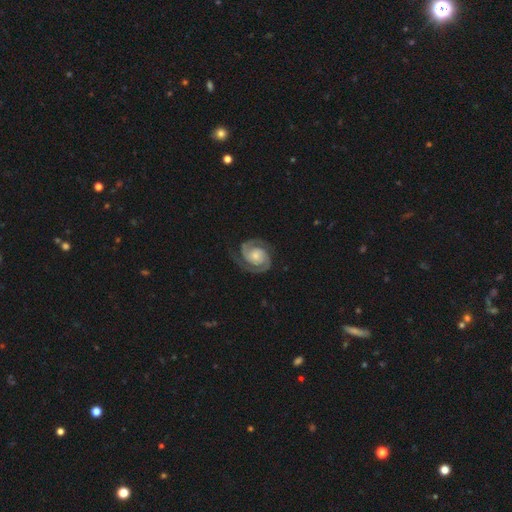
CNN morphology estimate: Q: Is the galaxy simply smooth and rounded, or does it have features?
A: featured or disk — 92%.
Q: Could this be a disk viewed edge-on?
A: no — 98%.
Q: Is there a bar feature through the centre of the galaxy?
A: no — 67%.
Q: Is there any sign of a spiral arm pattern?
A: yes — 98%.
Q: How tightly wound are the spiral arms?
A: tight — 56%.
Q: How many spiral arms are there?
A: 2 — 93%.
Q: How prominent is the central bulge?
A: small — 42%.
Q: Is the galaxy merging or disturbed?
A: none — 80%.